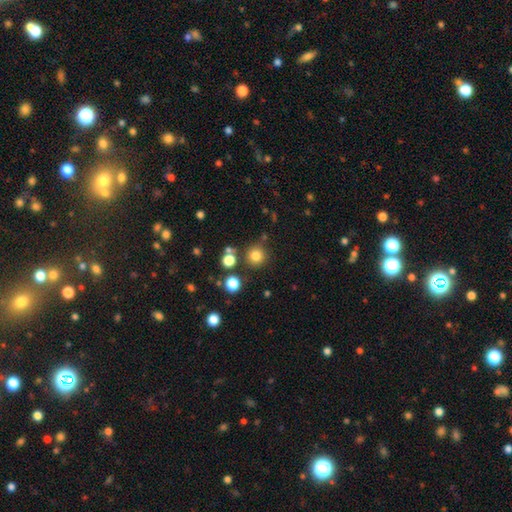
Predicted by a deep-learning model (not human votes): smooth 80%, star or artifact 14%, featured or disk 6%. Down the decision tree: how rounded — round (95%); merging — none (82%).